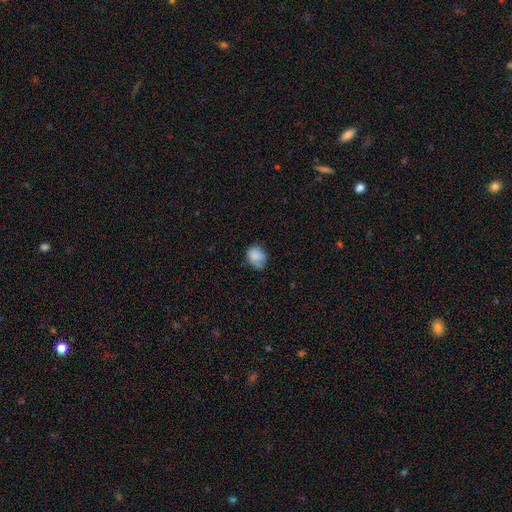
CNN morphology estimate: type=smooth (76%); roundness=in between (58%); merging=none (46%).